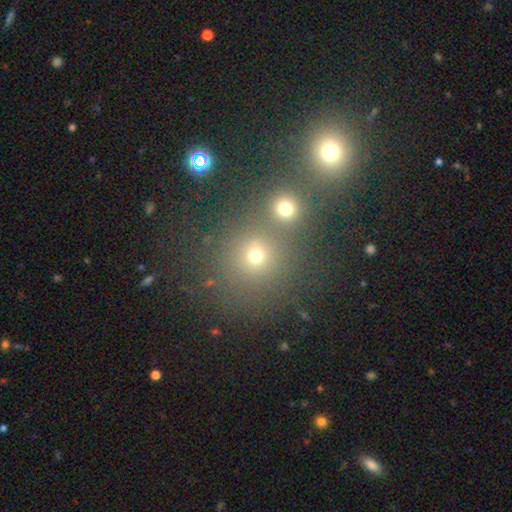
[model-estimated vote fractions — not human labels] Smooth or featured? Predicted: smooth (p=0.69). How rounded? Predicted: round (p=0.87). Merging? Predicted: none (p=0.51).